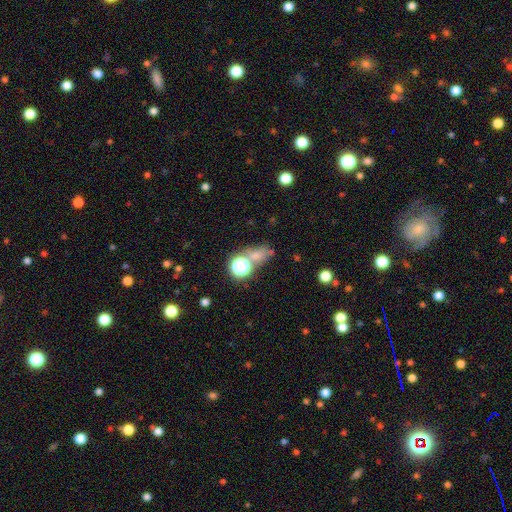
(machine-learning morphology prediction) Smooth or featured: smooth — 59% (star or artifact — 30%)
How rounded: in between — 49% (round — 48%)
Merging: none — 49% (merger — 26%)